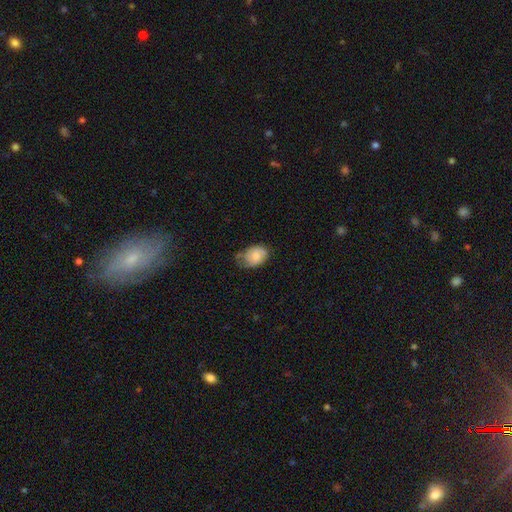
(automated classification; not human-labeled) A smooth galaxy with no disk features (66%) that is in between round and cigar-shaped (76%). Merging: none (46%).